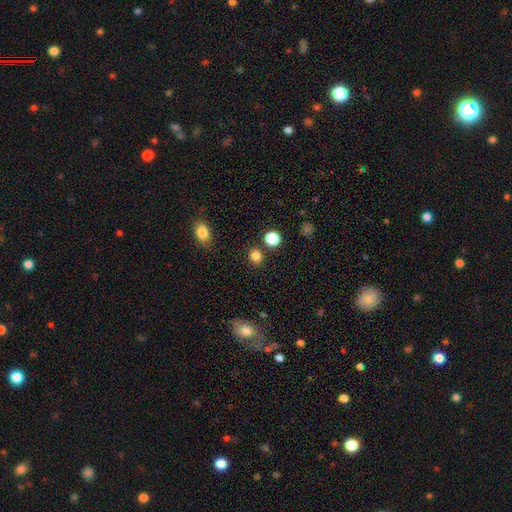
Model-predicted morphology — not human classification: Overall: smooth (83%). How rounded: round (72%). Merging: none (85%).